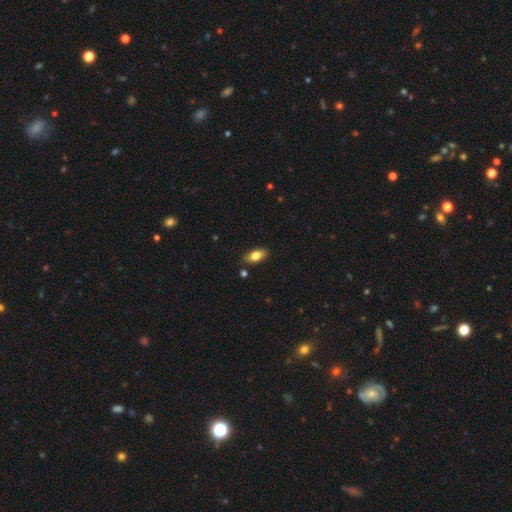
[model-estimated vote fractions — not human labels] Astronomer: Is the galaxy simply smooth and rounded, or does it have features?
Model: smooth — 79%.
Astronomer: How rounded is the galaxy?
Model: in between — 88%.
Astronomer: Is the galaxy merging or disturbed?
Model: none — 84%.